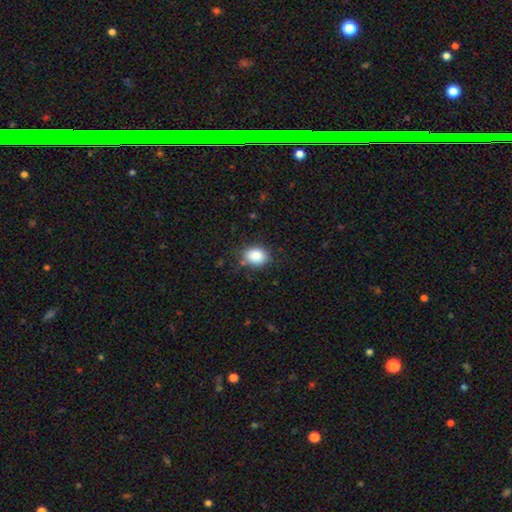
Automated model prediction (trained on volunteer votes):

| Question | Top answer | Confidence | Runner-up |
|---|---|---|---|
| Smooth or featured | smooth | 86% | star or artifact (9%) |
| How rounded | in between | 56% | round (43%) |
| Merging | none | 80% | minor disturbance (15%) |